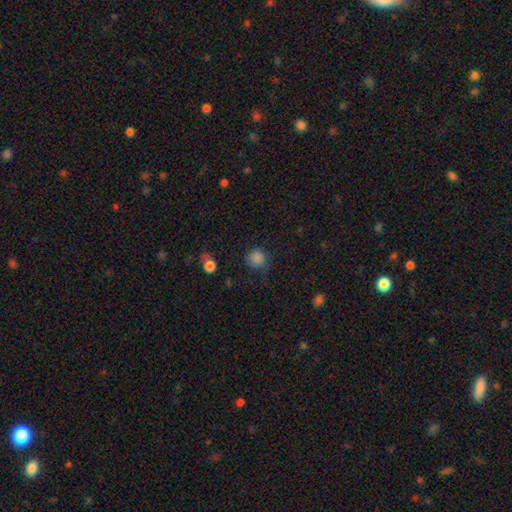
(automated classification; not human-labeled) This is likely a smooth galaxy (78%). How rounded: clearly round (90%). Merging: likely none (73%).